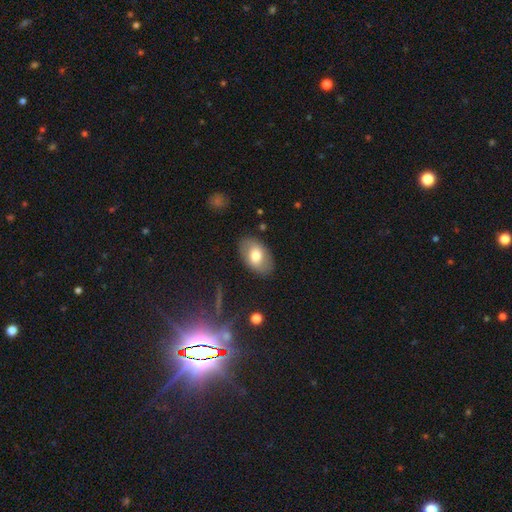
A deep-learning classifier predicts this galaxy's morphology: Overall: smooth (69%). How rounded: in between (91%). Merging: none (84%).